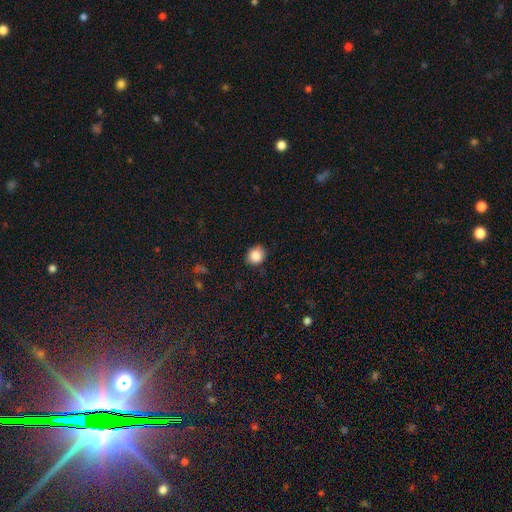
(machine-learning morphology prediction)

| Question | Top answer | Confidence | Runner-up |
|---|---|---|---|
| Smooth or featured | smooth | 88% | star or artifact (9%) |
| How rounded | round | 77% | in between (22%) |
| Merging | none | 87% | minor disturbance (10%) |